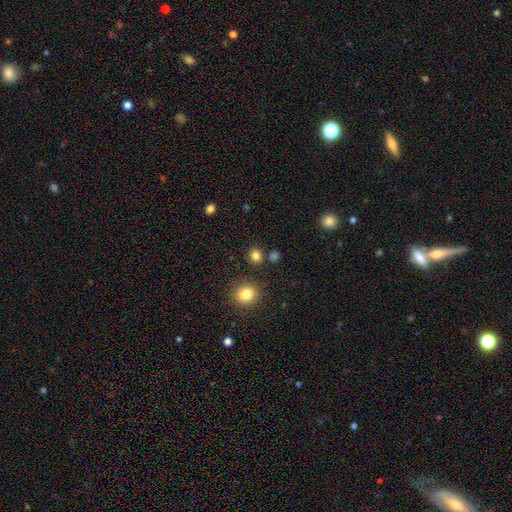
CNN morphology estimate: A smooth galaxy with no disk features (82%) that is round (76%). Merging: none (82%).